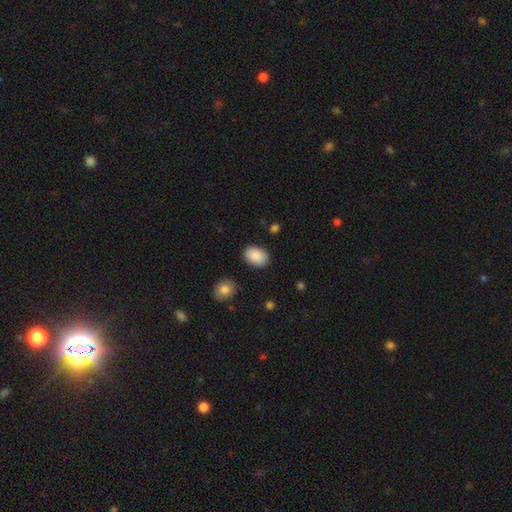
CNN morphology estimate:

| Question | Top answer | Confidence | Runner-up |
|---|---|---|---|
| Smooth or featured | smooth | 89% | star or artifact (6%) |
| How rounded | in between | 84% | round (15%) |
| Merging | none | 87% | minor disturbance (9%) |